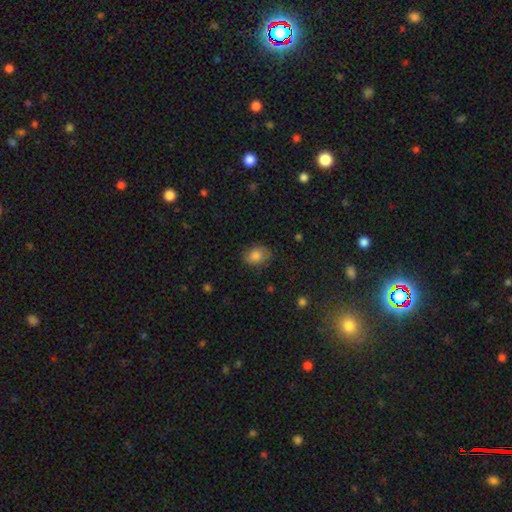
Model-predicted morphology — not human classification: This appears to be a smooth galaxy with no disk features (83%) that is in between round and cigar-shaped (63%). Merging: none (75%).